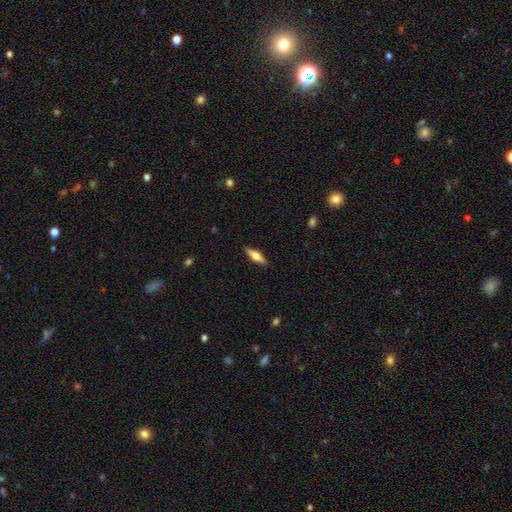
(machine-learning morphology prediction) The model was most divided on "smooth or featured" (2-way tie): smooth: 47%, featured or disk: 47%, star or artifact: 6%. More confident: merging — none (89%).